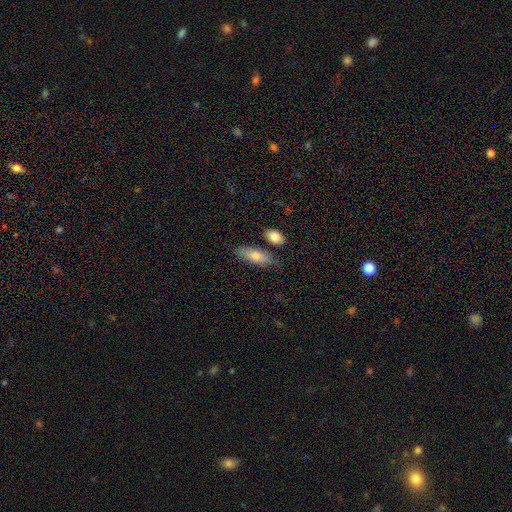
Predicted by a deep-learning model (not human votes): Smooth or featured? Predicted: smooth (p=0.78). How rounded? Predicted: in between (p=0.66). Merging? Predicted: none (p=0.73).